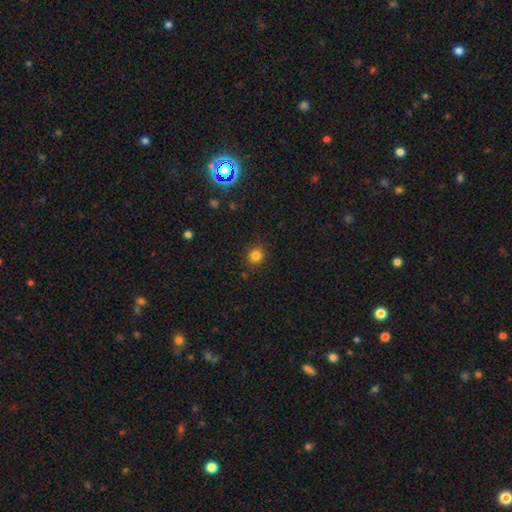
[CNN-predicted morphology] Q: Smooth or featured?
A: smooth (82%); runner-up: star or artifact (13%)
Q: How rounded?
A: round (86%); runner-up: in between (13%)
Q: Merging?
A: none (89%); runner-up: minor disturbance (7%)